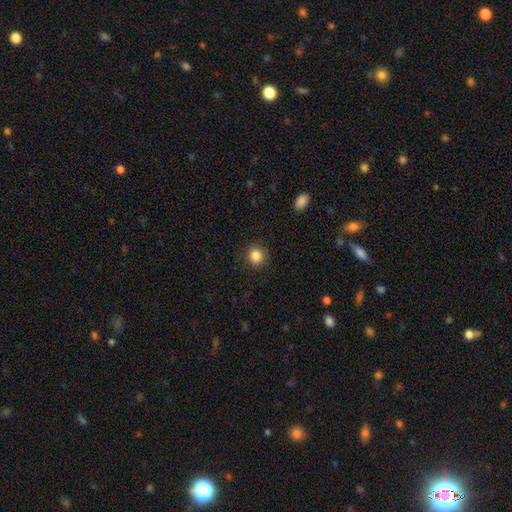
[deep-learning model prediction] The model was most divided on "smooth or featured": smooth: 86%, star or artifact: 10%, featured or disk: 4%. More confident: merging — none (90%); how rounded — round (88%).